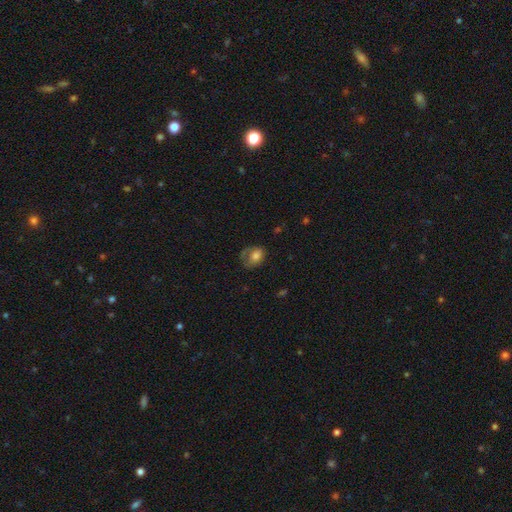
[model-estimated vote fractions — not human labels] Smooth or featured? smooth (64%)
How rounded? in between (59%)
Merging? none (42%)